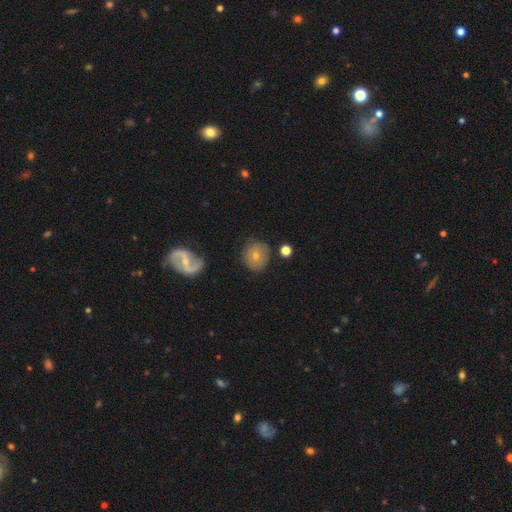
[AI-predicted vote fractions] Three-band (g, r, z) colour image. It shows a smooth galaxy with no disk features (64%) that is round (82%). Merging: none (75%).